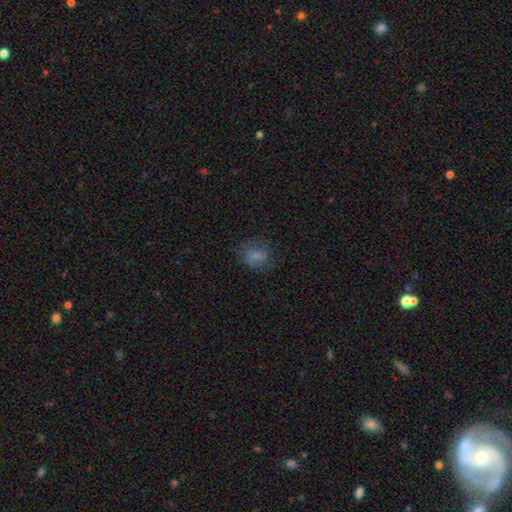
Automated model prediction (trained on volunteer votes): This is likely a smooth galaxy (67%). How rounded: possibly round (53%). Merging: likely none (65%).